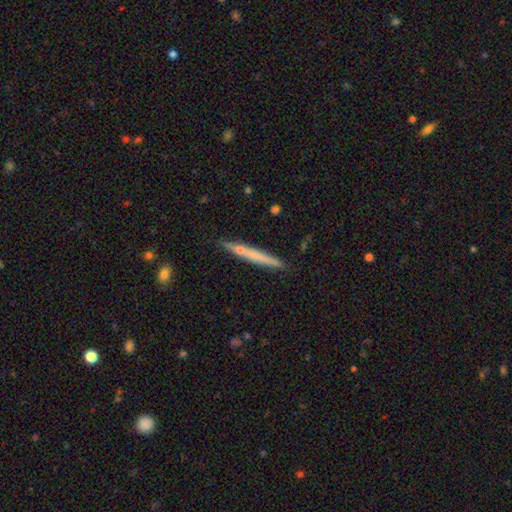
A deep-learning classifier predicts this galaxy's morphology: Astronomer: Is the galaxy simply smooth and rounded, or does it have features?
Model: smooth — 52% (runner-up: featured or disk, 42%).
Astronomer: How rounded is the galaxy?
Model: cigar-shaped — 96%.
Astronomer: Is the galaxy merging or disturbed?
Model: none — 85%.